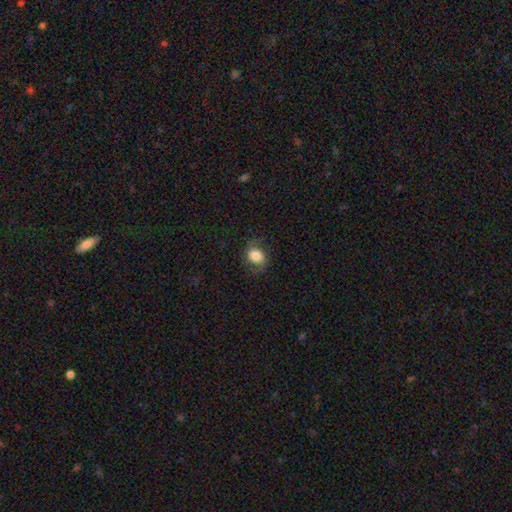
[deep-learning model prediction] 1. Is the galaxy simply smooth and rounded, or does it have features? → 70% smooth, 21% featured or disk, 9% star or artifact.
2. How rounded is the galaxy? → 56% in between, 42% round, 1% cigar-shaped.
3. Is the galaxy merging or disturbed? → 68% none, 20% minor disturbance, 11% major disturbance, 1% merger.